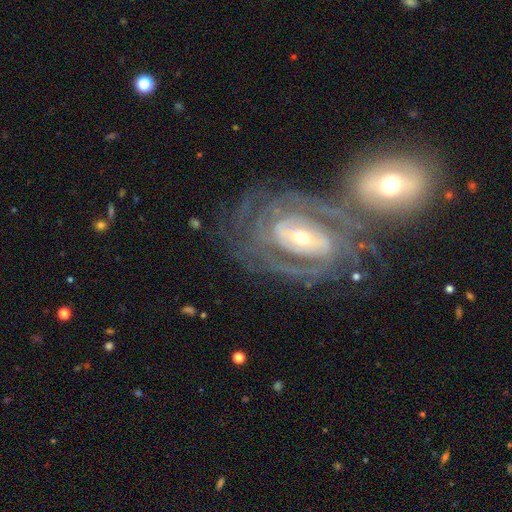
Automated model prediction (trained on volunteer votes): A featured or disk galaxy (85%) with no bar (40%), tight (71%) spiral arms (88%) and a small central bulge (51%).

Vote fractions:
- Smooth or featured? featured or disk: 85% / smooth: 9% / star or artifact: 7%
- Edge-on disk? no: 95% / yes: 5%
- Bar? no: 40% / weak: 36% / strong: 24%
- Spiral arms? yes: 88% / no: 12%
- Spiral winding? tight: 71% / medium: 23% / loose: 6%
- Spiral arm count? can't tell: 44% / 2: 26% / 3: 13% / 4: 7% / more than 4: 5% / 1: 5%
- Bulge size? small: 51% / moderate: 43% / large: 3% / none: 1% / dominant: 1%
- Merging? none: 47% / merger: 30% / minor disturbance: 14% / major disturbance: 9%